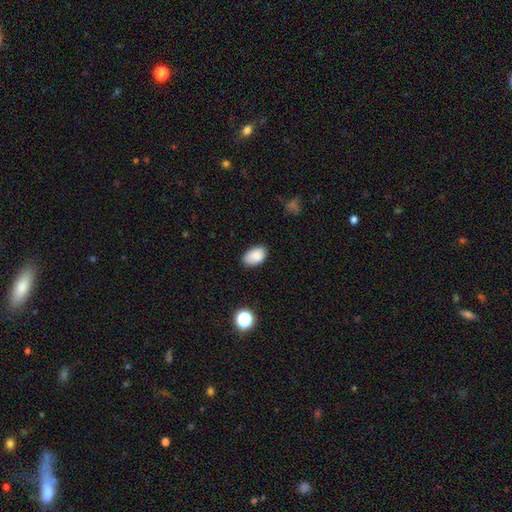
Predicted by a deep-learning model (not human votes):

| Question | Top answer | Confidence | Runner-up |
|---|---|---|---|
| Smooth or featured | smooth | 86% | star or artifact (9%) |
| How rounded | in between | 90% | round (8%) |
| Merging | none | 77% | minor disturbance (18%) |